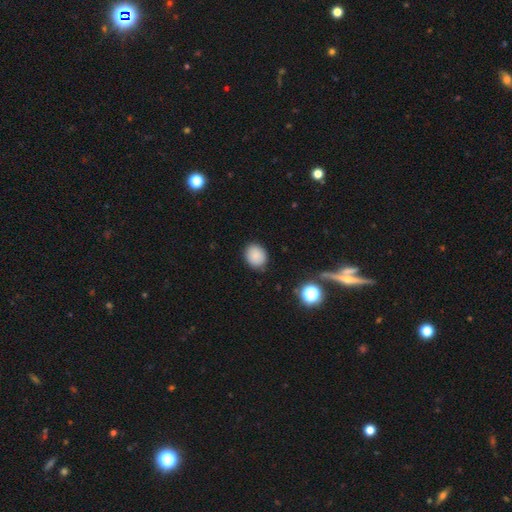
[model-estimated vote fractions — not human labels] smooth-or-featured: smooth: 86% | star or artifact: 10% | featured or disk: 4%
  how-rounded: round: 66% | in between: 33% | cigar-shaped: 1%
  merging: none: 86% | minor disturbance: 10% | major disturbance: 2% | merger: 1%